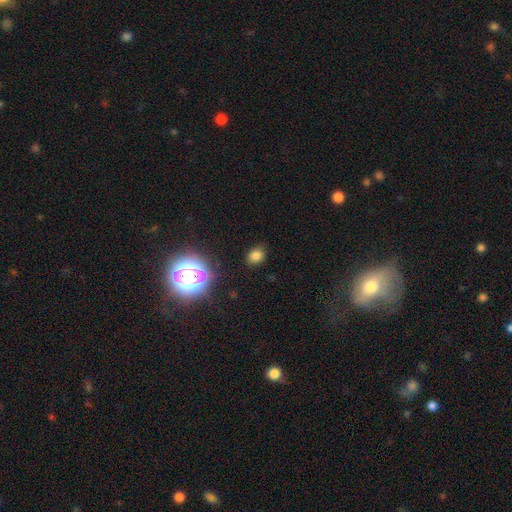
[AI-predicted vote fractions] This appears to be a smooth galaxy with no disk features (75%) that is round (51%). Merging: none (83%).